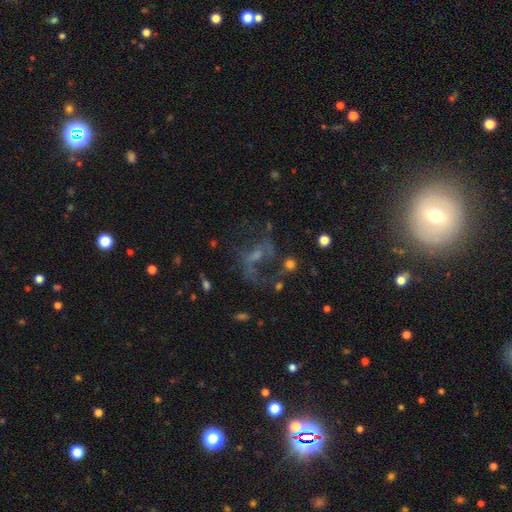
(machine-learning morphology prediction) Smooth or featured? Predicted: featured or disk (p=0.58). Edge-on disk? Predicted: no (p=0.96). Bar? Predicted: no (p=0.52). Spiral arms? Predicted: yes (p=0.59). Bulge size? Predicted: small (p=0.43). Merging? Predicted: none (p=0.41).